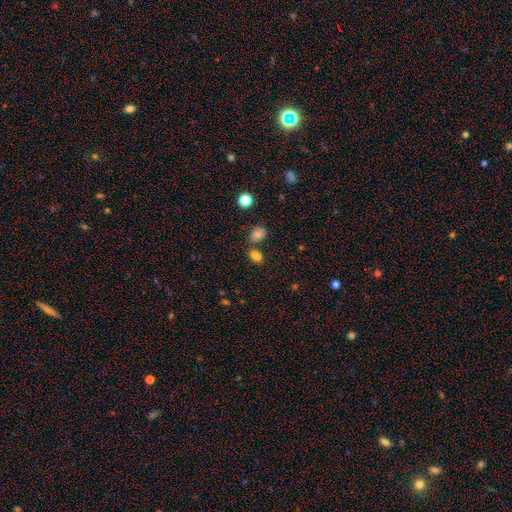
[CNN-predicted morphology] The model was most divided on "merging": none: 56%, merger: 28%, minor disturbance: 12%, major disturbance: 4%. More confident: smooth or featured — smooth (77%); how rounded — in between (74%).